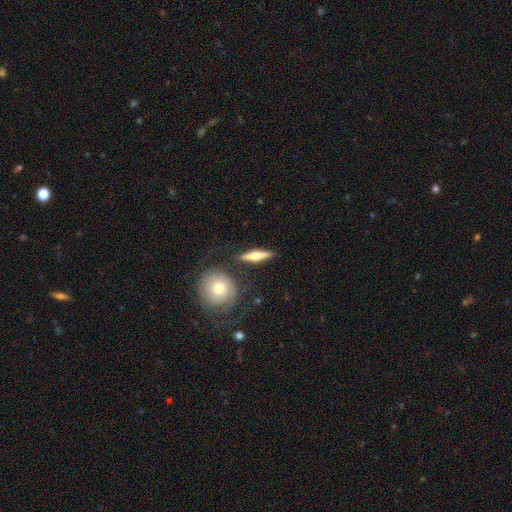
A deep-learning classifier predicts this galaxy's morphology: featured or disk 55%, smooth 39%, star or artifact 6%. Down the decision tree: edge-on disk — yes (91%); merging — none (81%).